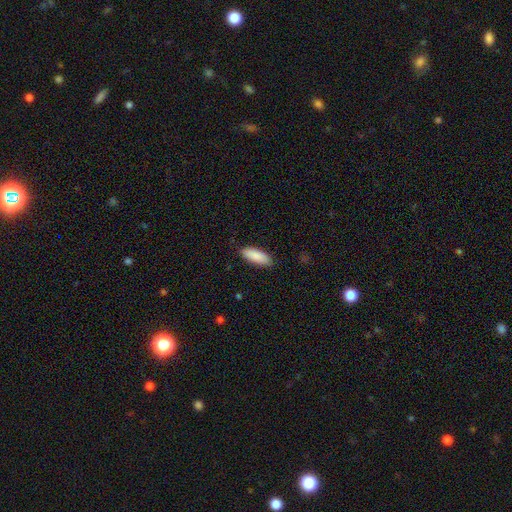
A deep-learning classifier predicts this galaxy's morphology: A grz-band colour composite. It shows a smooth galaxy with no disk features (89%) that is in between round and cigar-shaped (72%). Merging: none (86%).